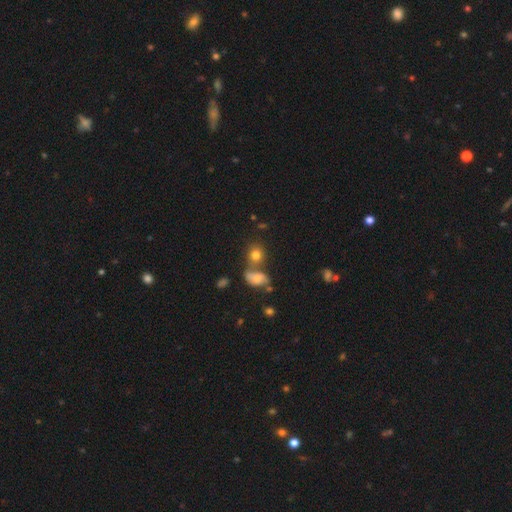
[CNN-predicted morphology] Smooth or featured? smooth (67%)
How rounded? round (70%)
Merging? none (54%)